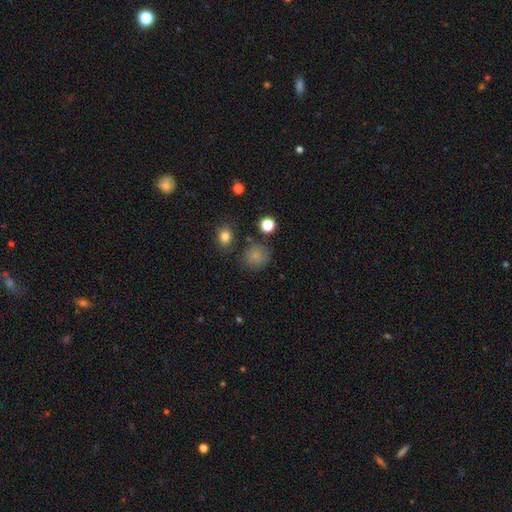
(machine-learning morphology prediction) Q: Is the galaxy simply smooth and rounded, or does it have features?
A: smooth — 80%.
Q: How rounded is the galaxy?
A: round — 87%.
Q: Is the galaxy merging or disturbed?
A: none — 79%.